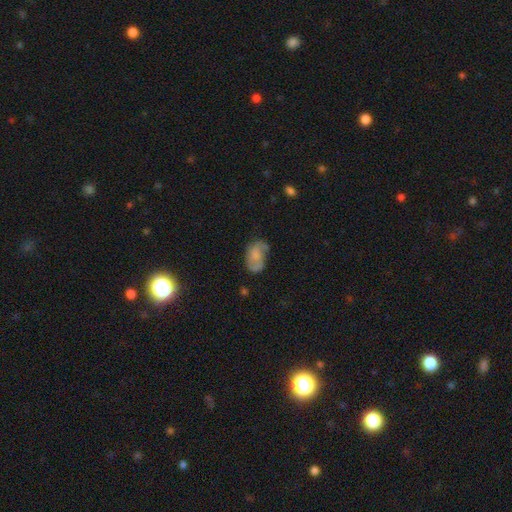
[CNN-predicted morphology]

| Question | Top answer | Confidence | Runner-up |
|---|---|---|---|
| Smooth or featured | featured or disk | 48% | smooth (43%) |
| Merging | none | 54% | minor disturbance (28%) |